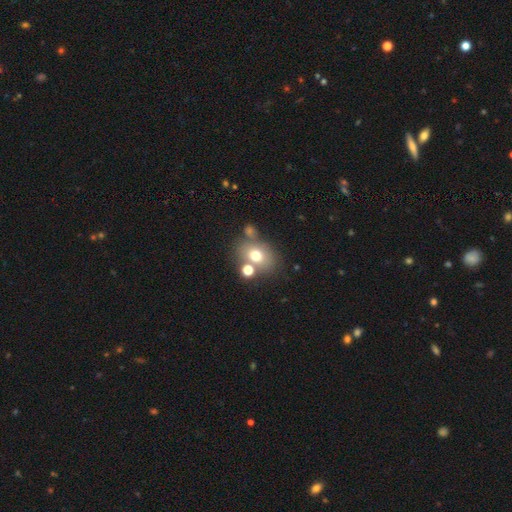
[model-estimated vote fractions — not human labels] Smooth or featured: smooth — 68% (featured or disk — 19%)
How rounded: in between — 55% (round — 44%)
Merging: none — 59% (merger — 21%)